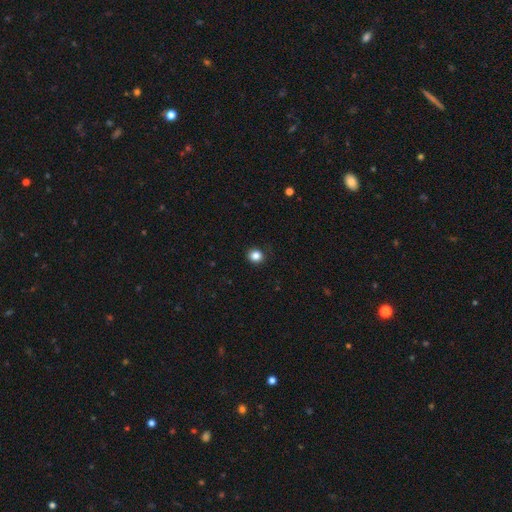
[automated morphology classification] Q: Smooth or featured?
A: smooth (85%); runner-up: star or artifact (11%)
Q: How rounded?
A: round (84%); runner-up: in between (15%)
Q: Merging?
A: none (90%); runner-up: minor disturbance (7%)